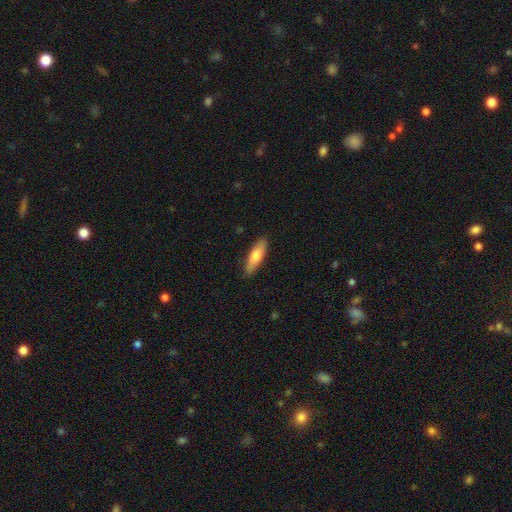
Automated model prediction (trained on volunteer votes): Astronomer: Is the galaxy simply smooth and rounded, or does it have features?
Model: smooth — 72%.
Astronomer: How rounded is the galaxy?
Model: cigar-shaped — 59% (runner-up: in between, 39%).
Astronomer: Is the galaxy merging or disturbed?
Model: none — 87%.